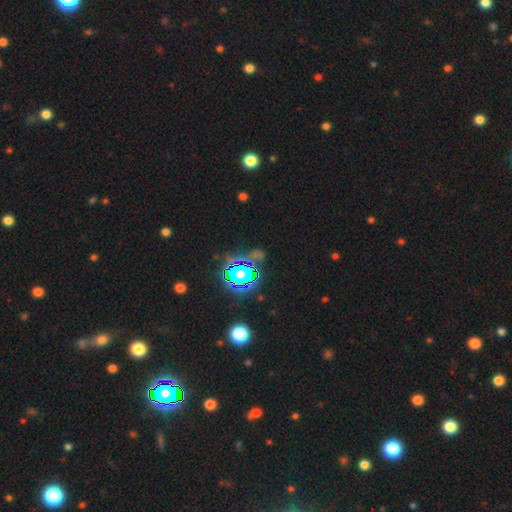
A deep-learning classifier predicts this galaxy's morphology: type=star or artifact (70%).